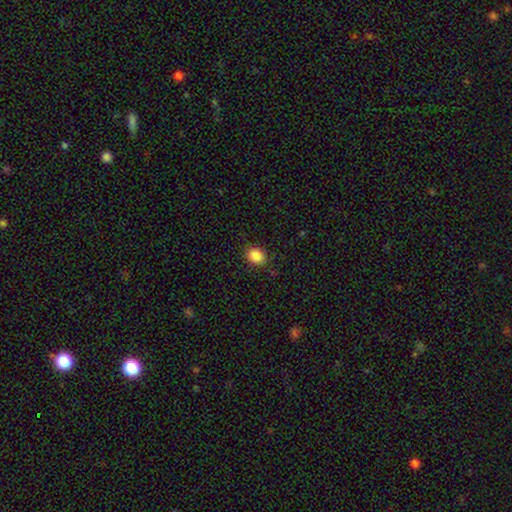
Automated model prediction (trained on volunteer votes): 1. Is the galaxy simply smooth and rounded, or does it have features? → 86% smooth, 9% star or artifact, 4% featured or disk.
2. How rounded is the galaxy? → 56% round, 43% in between, 1% cigar-shaped.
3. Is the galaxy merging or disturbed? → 86% none, 10% minor disturbance, 3% major disturbance, 1% merger.